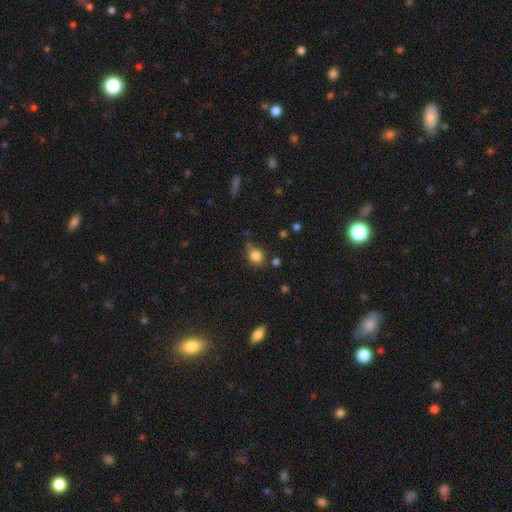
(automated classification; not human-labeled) Morphology: type=smooth (83%); roundness=round (69%); merging=none (66%).